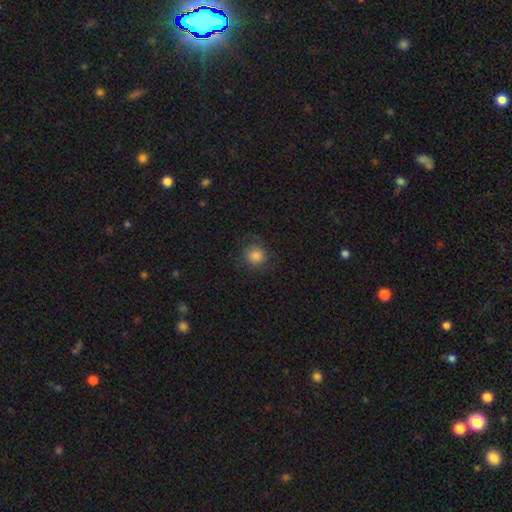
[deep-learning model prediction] This appears to be a smooth galaxy with no disk features (80%) that is round (88%). Merging: none (76%).